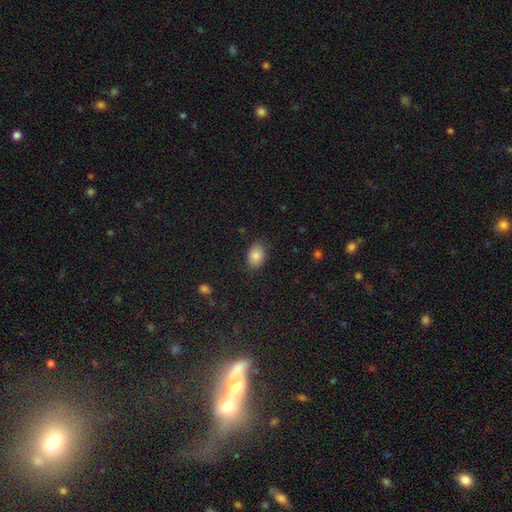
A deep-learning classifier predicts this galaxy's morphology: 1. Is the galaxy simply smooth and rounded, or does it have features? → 87% smooth, 8% star or artifact, 5% featured or disk.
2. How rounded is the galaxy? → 82% in between, 16% round, 1% cigar-shaped.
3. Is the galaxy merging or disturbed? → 83% none, 13% minor disturbance, 3% major disturbance, 1% merger.